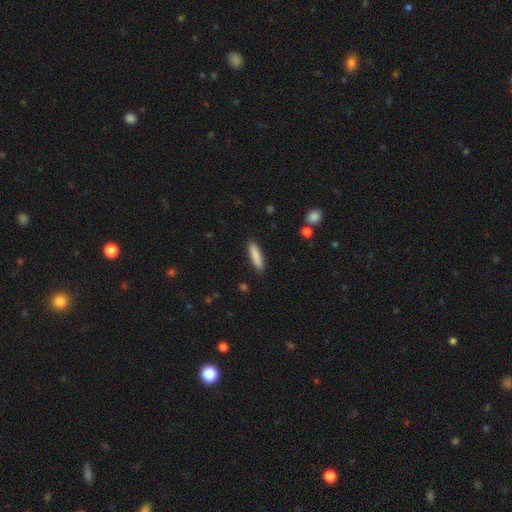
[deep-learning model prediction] A smooth galaxy with no disk features (86%) that is cigar-shaped (80%). Merging: none (89%).